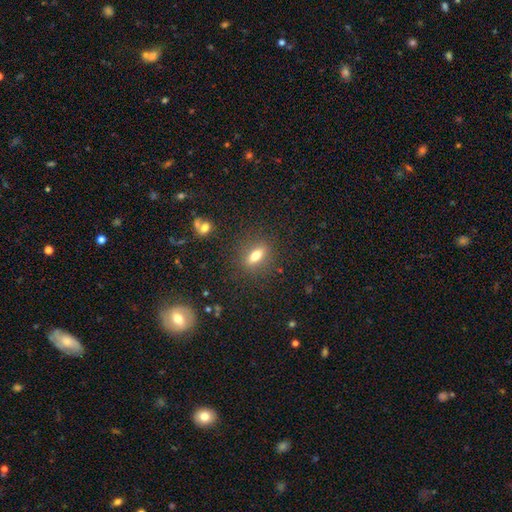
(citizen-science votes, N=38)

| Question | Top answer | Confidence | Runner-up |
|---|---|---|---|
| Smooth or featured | featured or disk | 50% | smooth (39%) |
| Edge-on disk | yes | 68% | no (32%) |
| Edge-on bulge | rounded | 92% | none (8%) |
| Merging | none | 94% | minor disturbance (3%) |